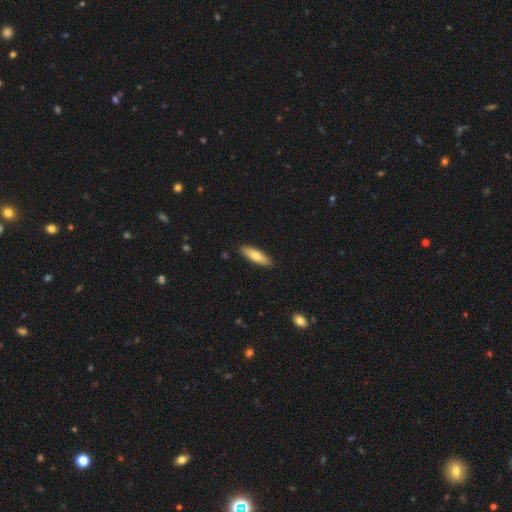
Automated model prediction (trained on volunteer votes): Smooth or featured? smooth (70%)
How rounded? cigar-shaped (54%)
Merging? none (90%)